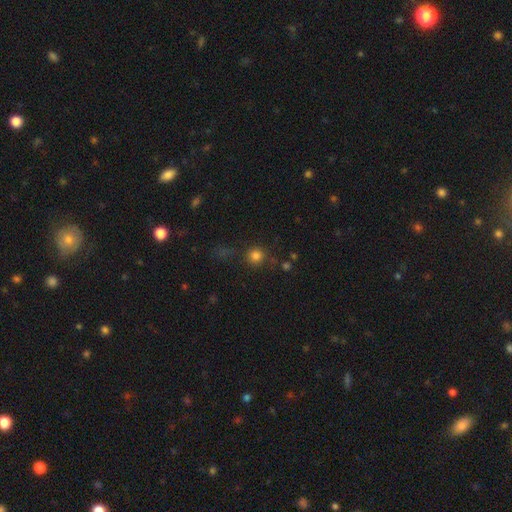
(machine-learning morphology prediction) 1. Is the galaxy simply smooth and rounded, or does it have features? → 79% smooth, 16% star or artifact, 6% featured or disk.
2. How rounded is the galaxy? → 93% round, 6% in between, 1% cigar-shaped.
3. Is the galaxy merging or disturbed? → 77% none, 11% minor disturbance, 6% major disturbance, 6% merger.